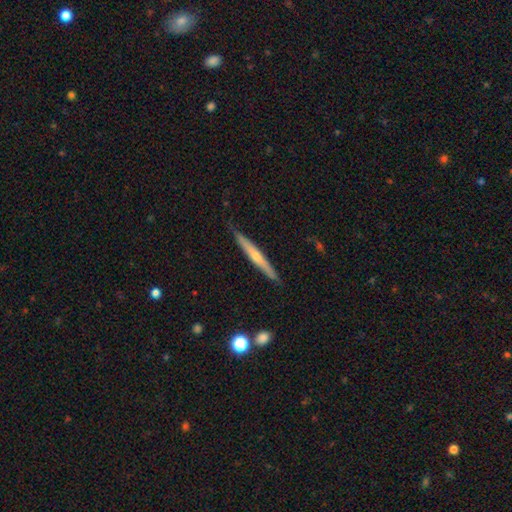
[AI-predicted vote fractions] Morphology: type=featured or disk (55%); edge-on=yes (96%); edge-on bulge=rounded (57%); merging=none (87%).